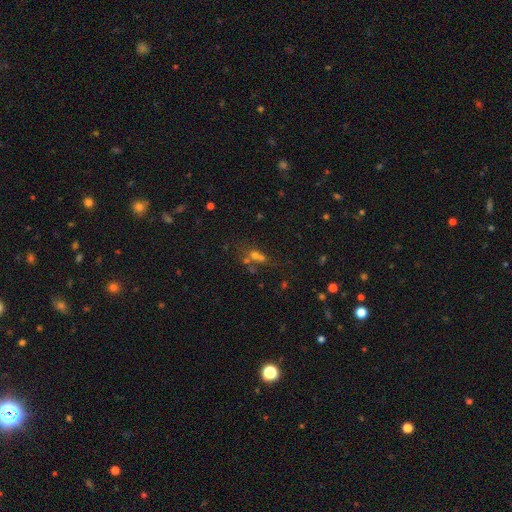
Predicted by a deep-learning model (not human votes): Morphology: type=smooth (50%); merging=merger (46%).